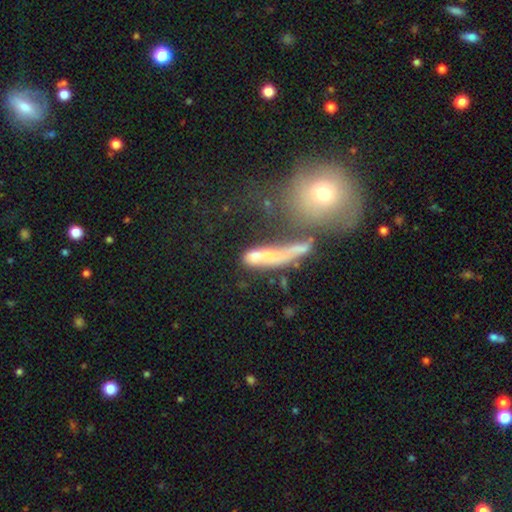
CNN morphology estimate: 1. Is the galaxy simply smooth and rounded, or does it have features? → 57% smooth, 28% featured or disk, 15% star or artifact.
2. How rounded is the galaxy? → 61% cigar-shaped, 31% in between, 7% round.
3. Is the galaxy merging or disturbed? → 39% merger, 25% none, 22% major disturbance, 14% minor disturbance.